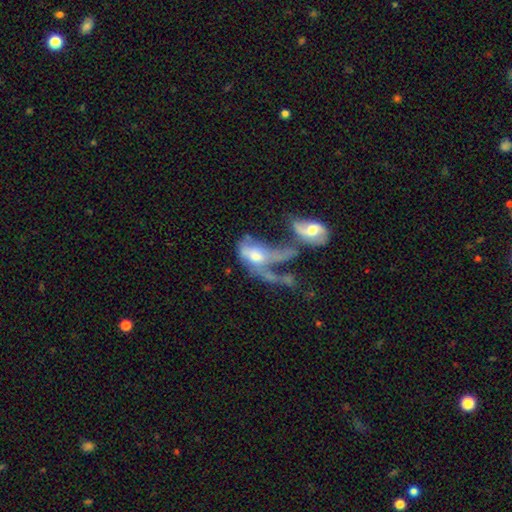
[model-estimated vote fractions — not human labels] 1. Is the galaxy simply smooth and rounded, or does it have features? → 53% featured or disk, 38% smooth, 10% star or artifact.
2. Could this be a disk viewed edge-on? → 91% no, 9% yes.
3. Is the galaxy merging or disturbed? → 57% merger, 27% major disturbance, 9% none, 7% minor disturbance.